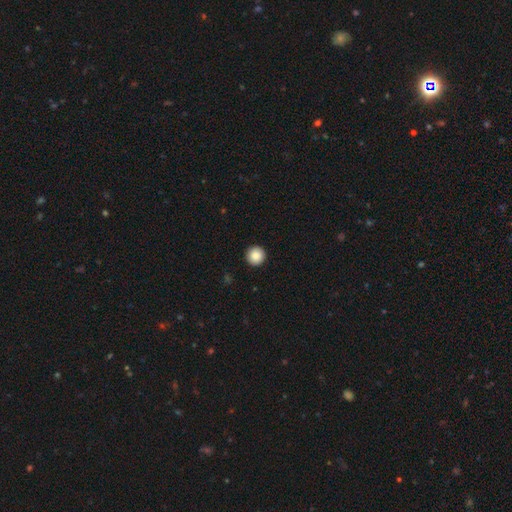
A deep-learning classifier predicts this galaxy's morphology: smooth 88%, star or artifact 8%, featured or disk 3%. Down the decision tree: how rounded — round (97%); merging — none (94%).